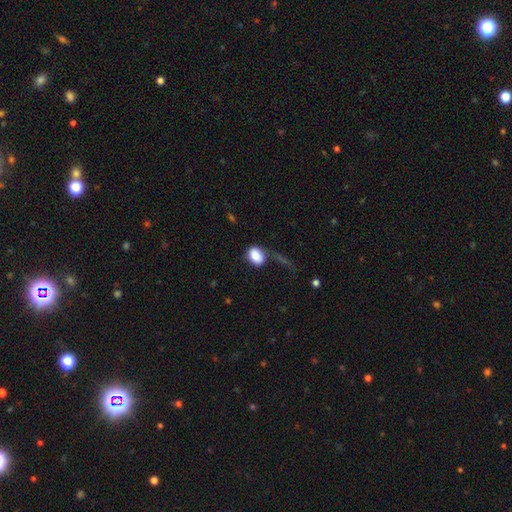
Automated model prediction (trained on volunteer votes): Q: Smooth or featured?
A: smooth (86%); runner-up: star or artifact (7%)
Q: How rounded?
A: in between (79%); runner-up: round (20%)
Q: Merging?
A: none (48%); runner-up: minor disturbance (24%)